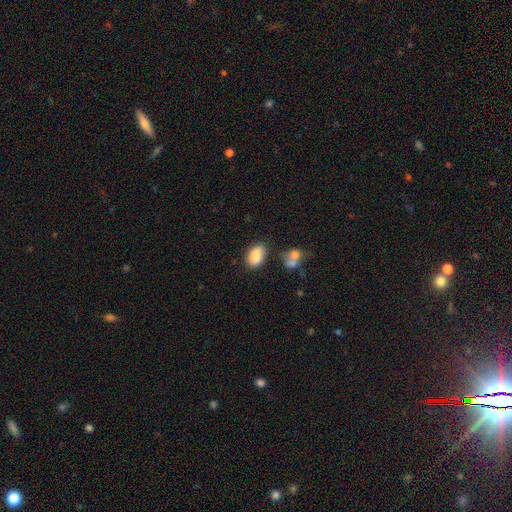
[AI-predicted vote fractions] Overall: smooth (81%). How rounded: in between (87%). Merging: none (63%).